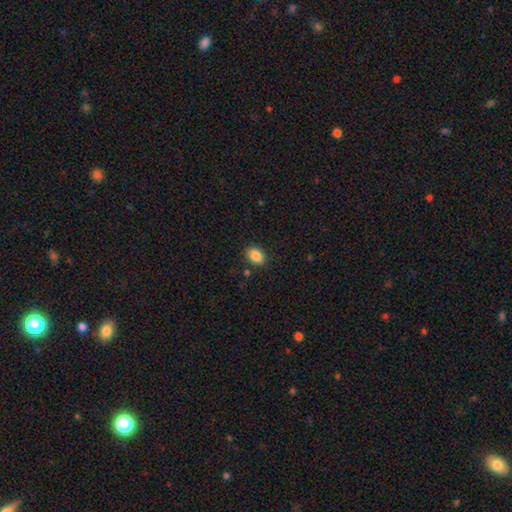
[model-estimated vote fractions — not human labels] Smooth or featured?
  - smooth: 87% *
  - star or artifact: 9%
  - featured or disk: 4%
How rounded?
  - in between: 70% *
  - round: 29%
  - cigar-shaped: 1%
Merging?
  - none: 87% *
  - minor disturbance: 8%
  - major disturbance: 2%
  - merger: 2%